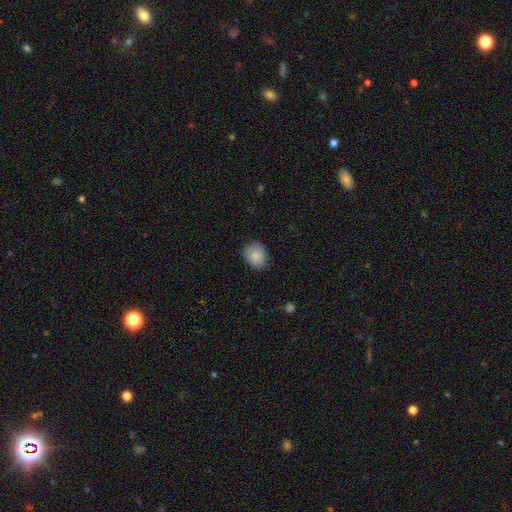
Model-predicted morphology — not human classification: Overall: smooth (86%). How rounded: round (50%; in between 49%). Merging: none (82%).